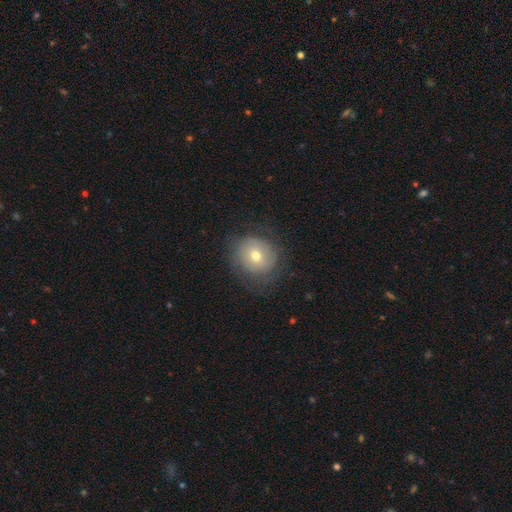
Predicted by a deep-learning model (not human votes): This is possibly a smooth galaxy (54%). How rounded: clearly round (83%). Merging: likely none (71%).